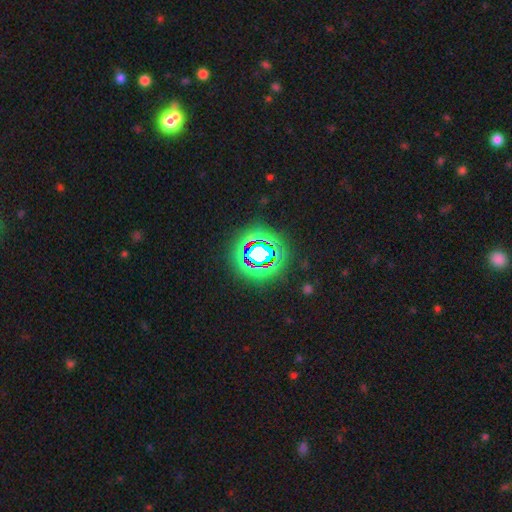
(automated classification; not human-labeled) star or artifact 75%, smooth 15%, featured or disk 10%.